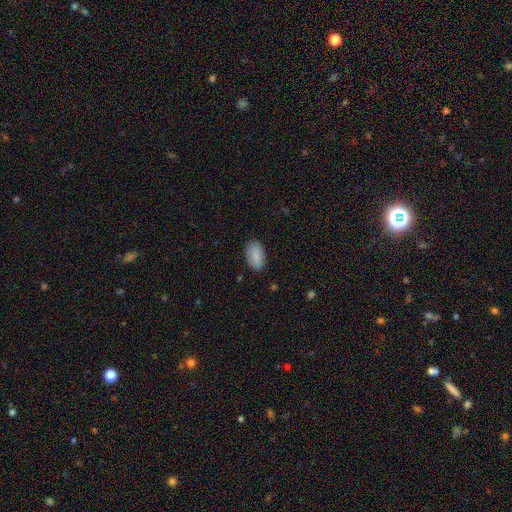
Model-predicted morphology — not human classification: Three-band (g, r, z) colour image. It shows a smooth galaxy with no disk features (88%) that is in between round and cigar-shaped (93%). Merging: none (85%).